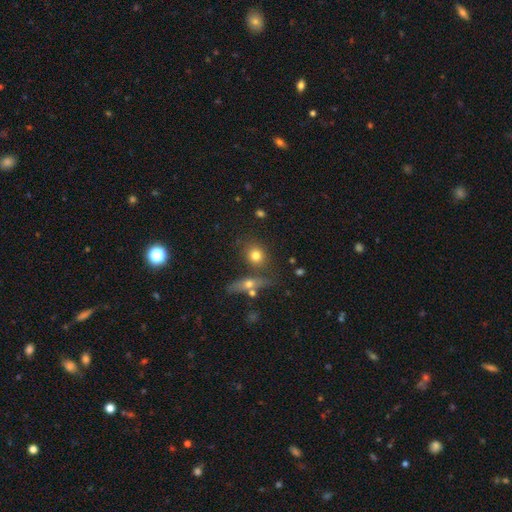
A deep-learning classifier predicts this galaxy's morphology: This is likely a smooth galaxy (76%). How rounded: likely round (68%). Merging: likely none (68%).